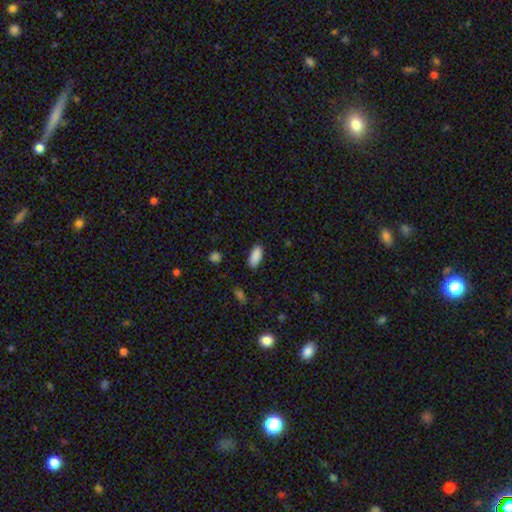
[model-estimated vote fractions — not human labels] This is clearly a smooth galaxy (90%). How rounded: clearly in between (88%). Merging: clearly none (86%).